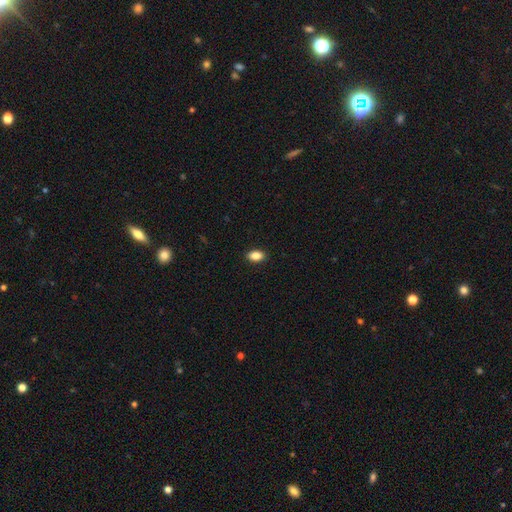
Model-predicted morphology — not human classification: smooth-or-featured: smooth: 87% | star or artifact: 8% | featured or disk: 5%
  how-rounded: in between: 89% | round: 8% | cigar-shaped: 2%
  merging: none: 90% | minor disturbance: 7% | major disturbance: 2% | merger: 1%